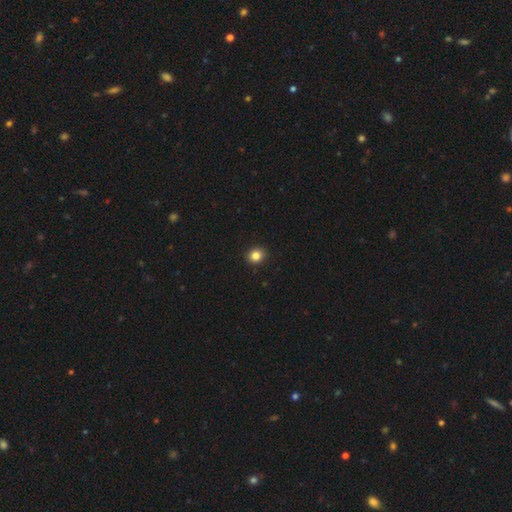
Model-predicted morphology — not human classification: A smooth galaxy with no disk features (85%) that is round (76%).

Vote fractions:
- Smooth or featured? smooth: 85% / star or artifact: 11% / featured or disk: 4%
- How rounded? round: 76% / in between: 23% / cigar-shaped: 1%
- Merging? none: 92% / minor disturbance: 6% / major disturbance: 2% / merger: 1%